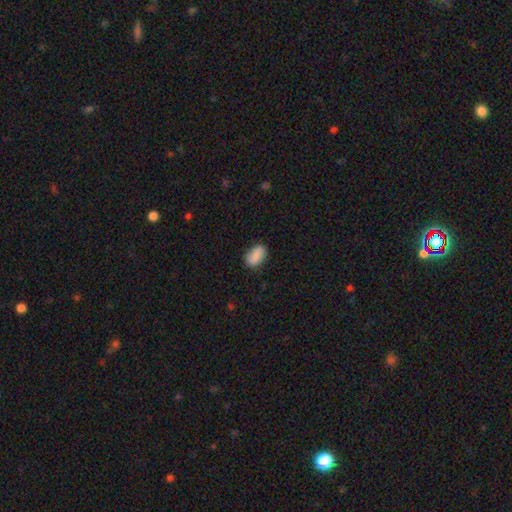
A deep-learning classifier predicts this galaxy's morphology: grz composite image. It shows a smooth galaxy with no disk features (86%) that is in between round and cigar-shaped (88%). Merging: none (81%).